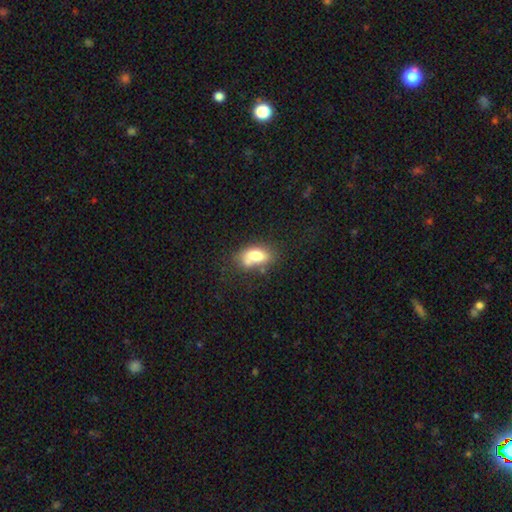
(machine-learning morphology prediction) Smooth or featured? smooth (74%)
How rounded? in between (88%)
Merging? none (46%)